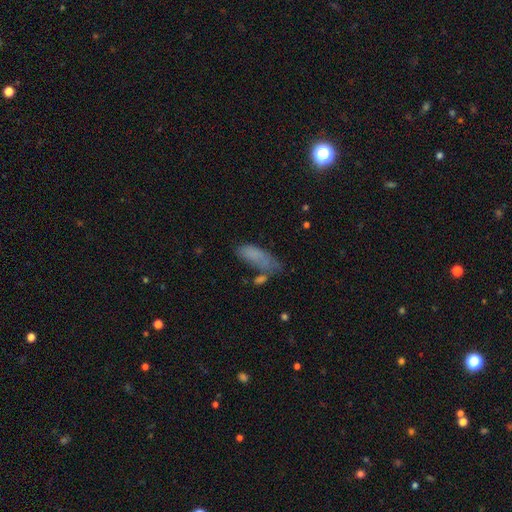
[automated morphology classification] Smooth or featured? Predicted: smooth (p=0.73). How rounded? Predicted: in between (p=0.68). Merging? Predicted: none (p=0.46).